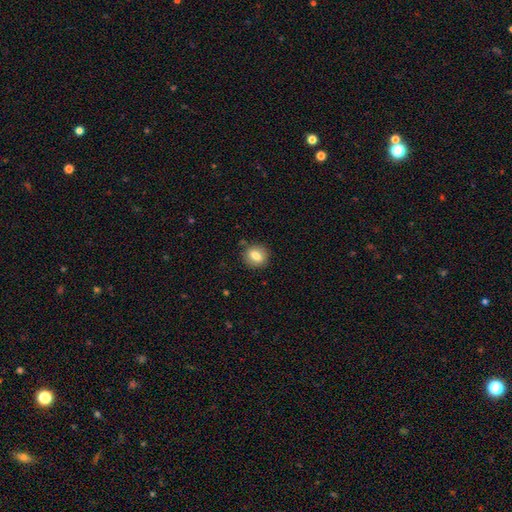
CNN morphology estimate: smooth 81%, featured or disk 10%, star or artifact 9%. Down the decision tree: how rounded — round (77%); merging — none (86%).